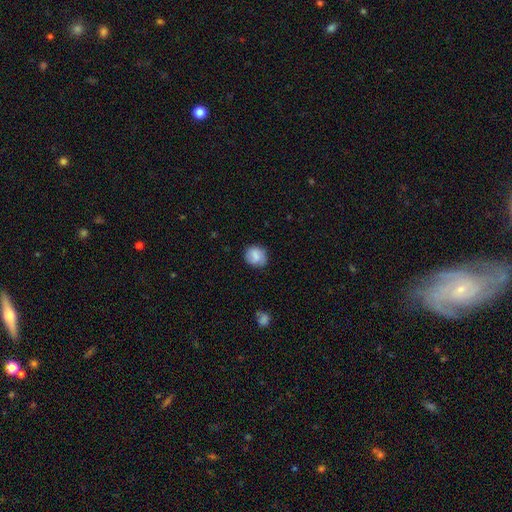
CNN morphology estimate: Smooth or featured: smooth — 80% (featured or disk — 12%)
How rounded: round — 80% (in between — 19%)
Merging: none — 75% (minor disturbance — 19%)